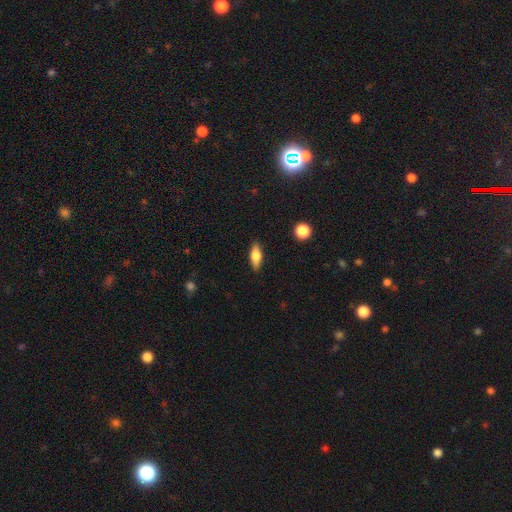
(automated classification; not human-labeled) smooth-or-featured: smooth: 66% | featured or disk: 27% | star or artifact: 7%
  how-rounded: in between: 65% | cigar-shaped: 31% | round: 4%
  merging: none: 88% | minor disturbance: 9% | major disturbance: 2% | merger: 1%